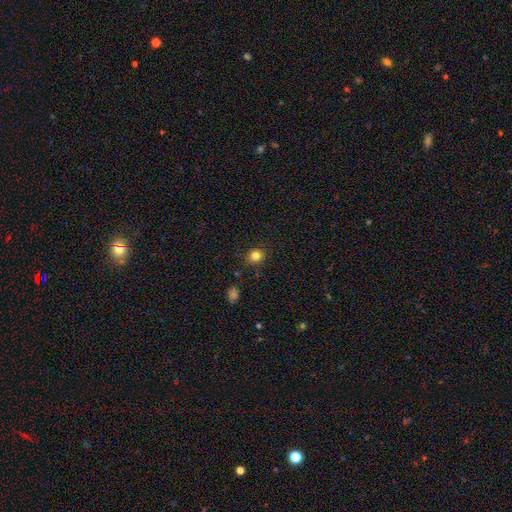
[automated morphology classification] Overall: smooth (82%). How rounded: round (85%). Merging: none (88%).